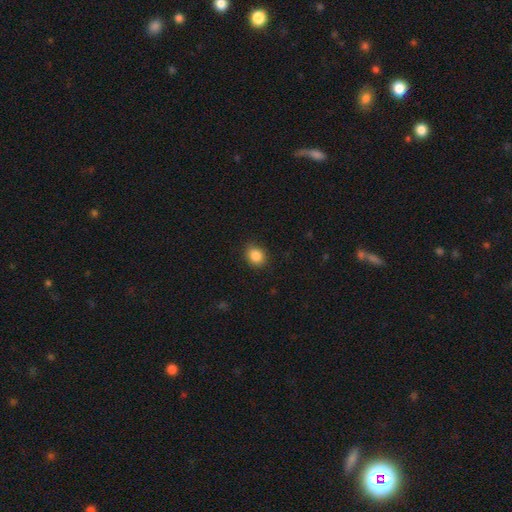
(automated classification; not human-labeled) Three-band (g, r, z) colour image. It shows a smooth galaxy with no disk features (86%) that is round (59%). Merging: none (86%).